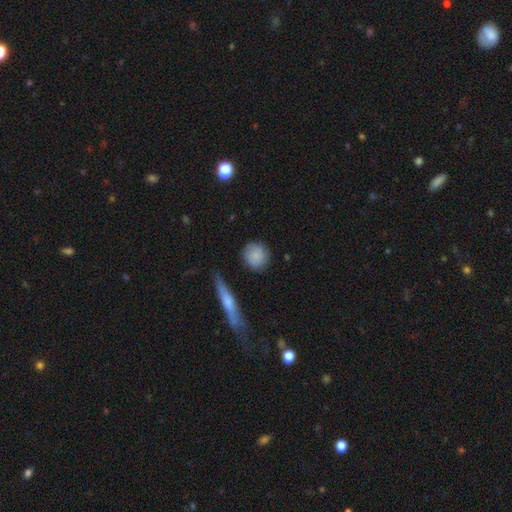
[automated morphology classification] Smooth or featured? smooth (83%)
How rounded? round (87%)
Merging? none (80%)